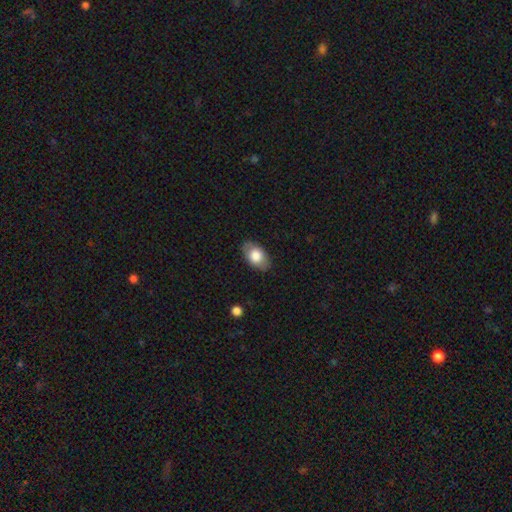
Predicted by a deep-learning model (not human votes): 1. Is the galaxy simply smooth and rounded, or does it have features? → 75% smooth, 19% featured or disk, 6% star or artifact.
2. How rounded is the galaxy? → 91% in between, 8% round, 2% cigar-shaped.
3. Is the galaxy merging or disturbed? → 84% none, 12% minor disturbance, 3% major disturbance, 1% merger.